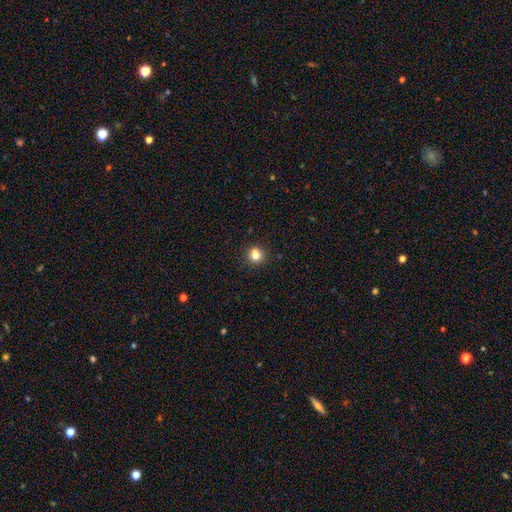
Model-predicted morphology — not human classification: smooth 75%, star or artifact 15%, featured or disk 10%. Down the decision tree: how rounded — round (86%); merging — none (65%).